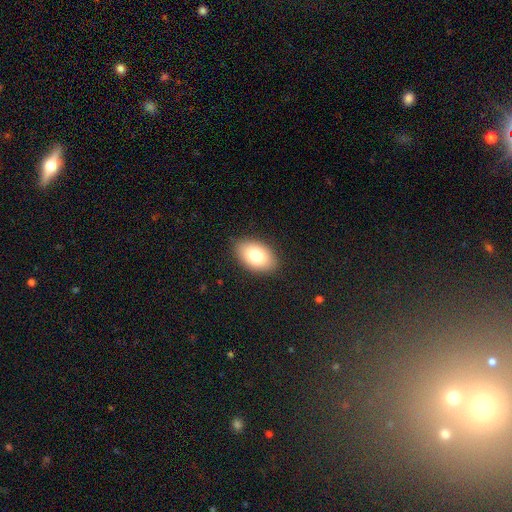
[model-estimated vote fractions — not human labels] A smooth galaxy with no disk features (79%) that is in between round and cigar-shaped (91%). Merging: none (86%).